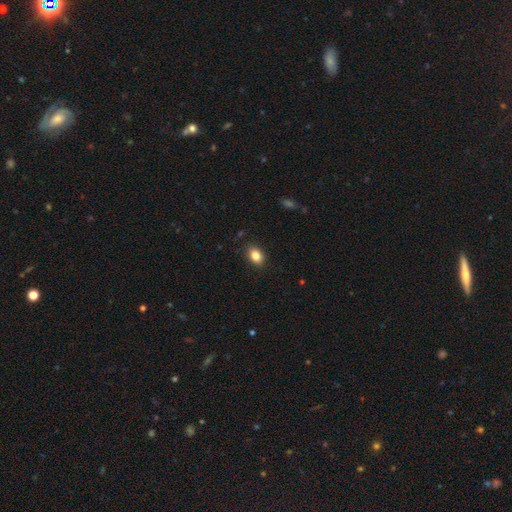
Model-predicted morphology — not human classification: A smooth galaxy with no disk features (85%) that is in between round and cigar-shaped (81%). Merging: none (87%).